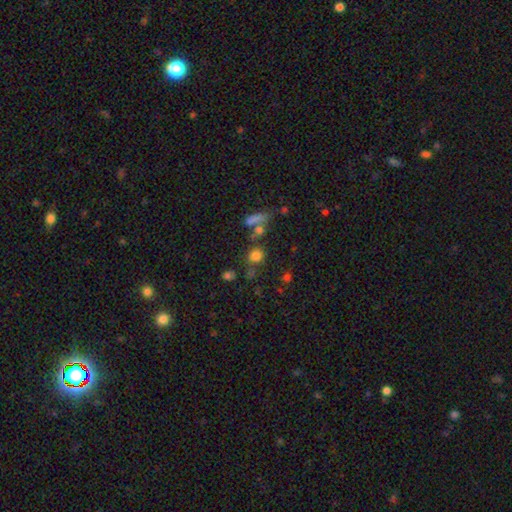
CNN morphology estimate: Smooth or featured? Predicted: smooth (p=0.76). How rounded? Predicted: round (p=0.82). Merging? Predicted: none (p=0.65).